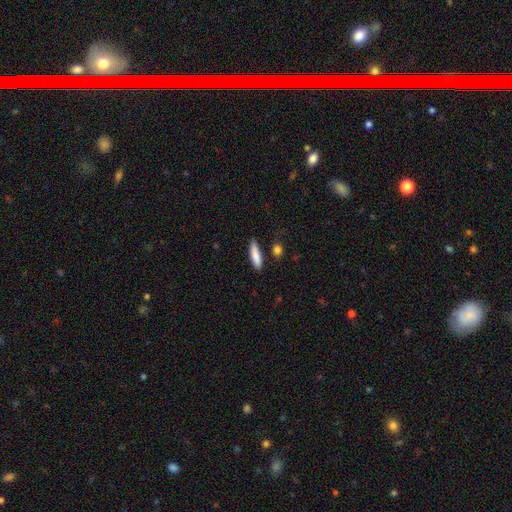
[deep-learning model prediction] This is clearly a smooth galaxy (84%). How rounded: likely cigar-shaped (73%). Merging: clearly none (82%).